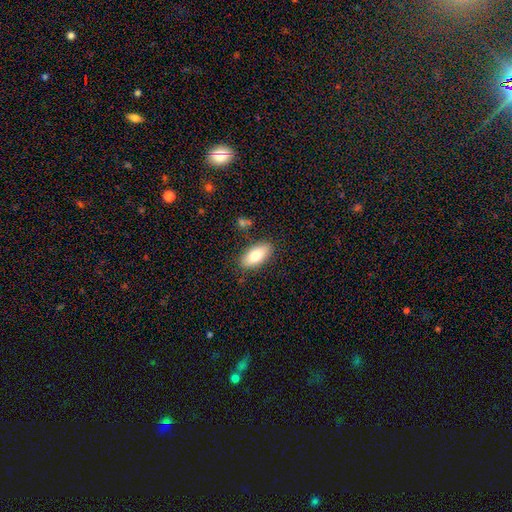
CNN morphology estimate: smooth 78%, featured or disk 16%, star or artifact 7%. Down the decision tree: how rounded — in between (88%); merging — none (84%).